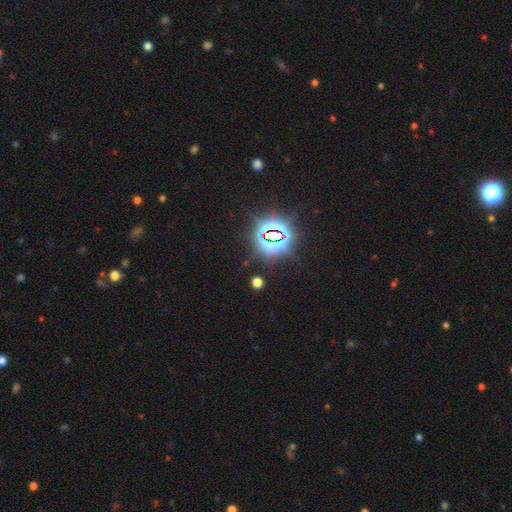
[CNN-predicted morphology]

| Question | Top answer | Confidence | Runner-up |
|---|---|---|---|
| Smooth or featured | star or artifact | 86% | smooth (9%) |